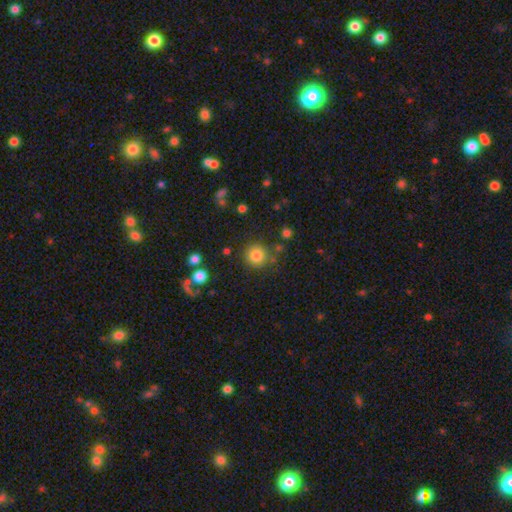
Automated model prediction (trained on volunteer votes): The model was most divided on "merging": none: 81%, minor disturbance: 11%, merger: 5%, major disturbance: 4%. More confident: how rounded — round (93%); smooth or featured — smooth (83%).